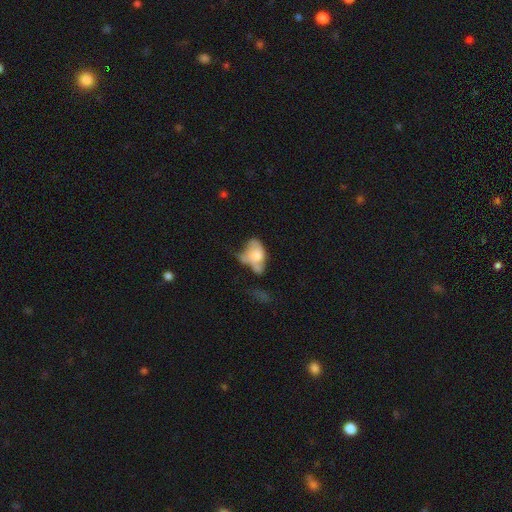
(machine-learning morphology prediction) Smooth or featured? smooth (54%)
How rounded? in between (85%)
Merging? merger (33%)